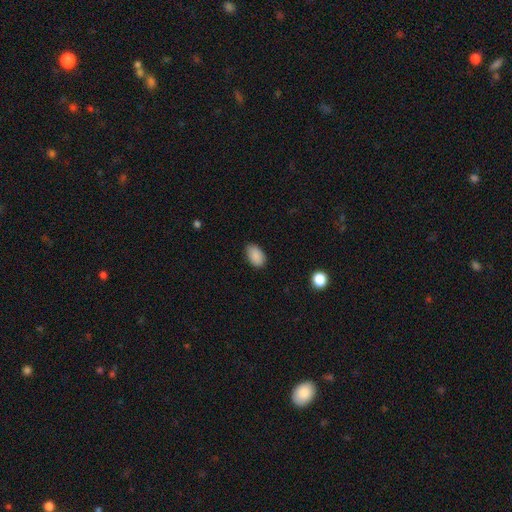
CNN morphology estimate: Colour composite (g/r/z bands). It shows a smooth galaxy with no disk features (89%) that is in between round and cigar-shaped (91%). Merging: none (84%).